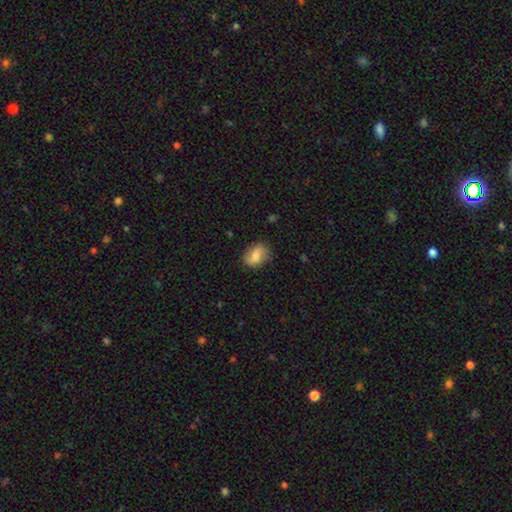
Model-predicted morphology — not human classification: smooth 60%, featured or disk 32%, star or artifact 8%. Down the decision tree: how rounded — in between (68%); merging — none (77%).